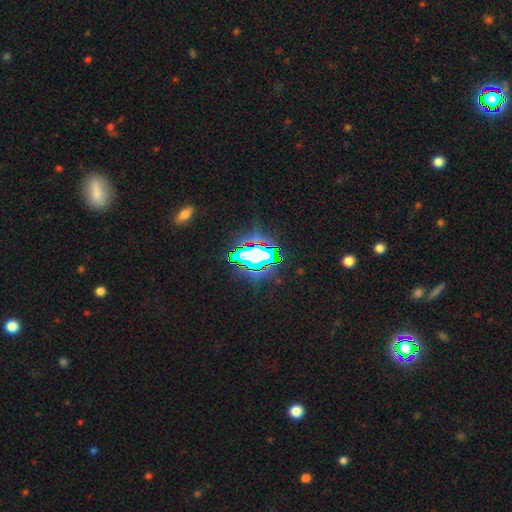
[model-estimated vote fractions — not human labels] The model was most divided on "smooth or featured": star or artifact: 63%, smooth: 20%, featured or disk: 17%.